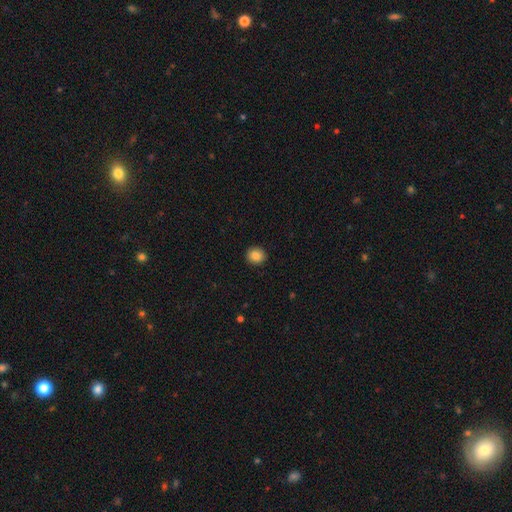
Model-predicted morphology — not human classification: type=smooth (85%); roundness=round (85%); merging=none (92%).